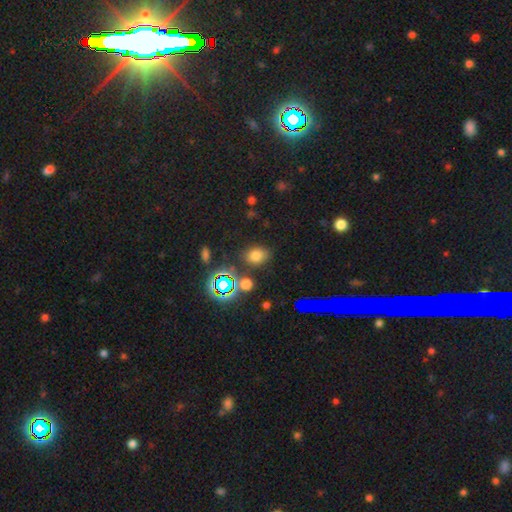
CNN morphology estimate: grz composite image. It shows a smooth galaxy with no disk features (68%) that is in between round and cigar-shaped (55%). Merging: none (79%).